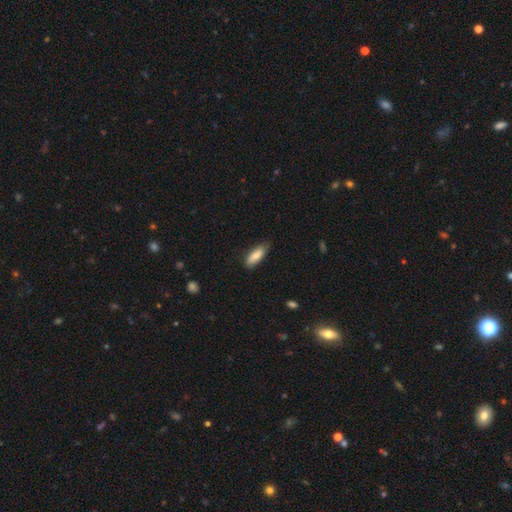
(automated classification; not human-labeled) smooth-or-featured: smooth: 82% | featured or disk: 12% | star or artifact: 6%
  how-rounded: in between: 64% | cigar-shaped: 35% | round: 2%
  merging: none: 74% | minor disturbance: 22% | major disturbance: 3% | merger: 1%